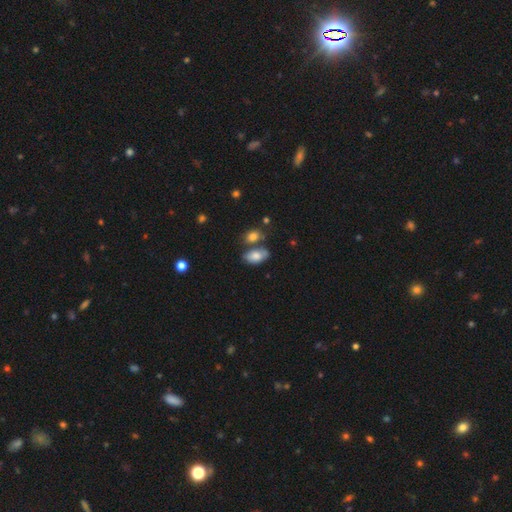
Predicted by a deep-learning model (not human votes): smooth-or-featured: smooth: 77% | featured or disk: 16% | star or artifact: 8%
  how-rounded: in between: 92% | round: 6% | cigar-shaped: 3%
  merging: none: 54% | merger: 23% | minor disturbance: 18% | major disturbance: 6%